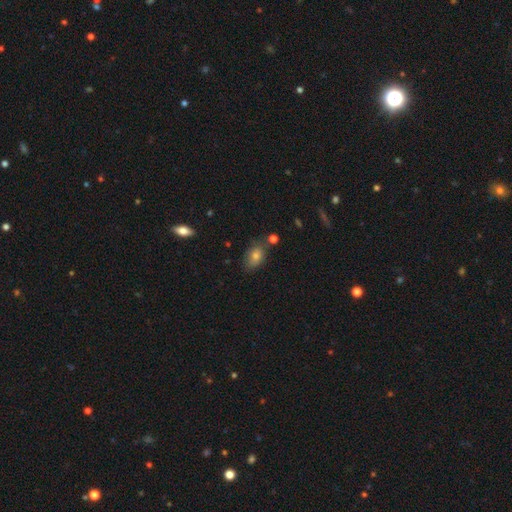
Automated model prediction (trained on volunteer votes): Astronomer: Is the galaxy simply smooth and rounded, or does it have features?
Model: smooth — 74%.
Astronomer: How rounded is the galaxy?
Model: in between — 83%.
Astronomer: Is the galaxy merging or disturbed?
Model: none — 72%.